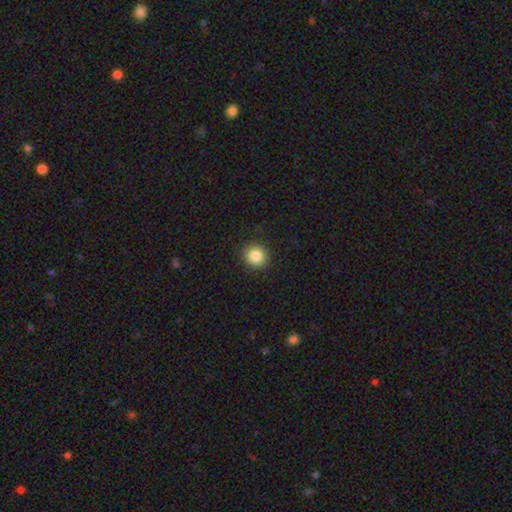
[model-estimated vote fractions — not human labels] The model was most divided on "how rounded": round: 86%, in between: 13%, cigar-shaped: 1%. More confident: merging — none (91%); smooth or featured — smooth (86%).